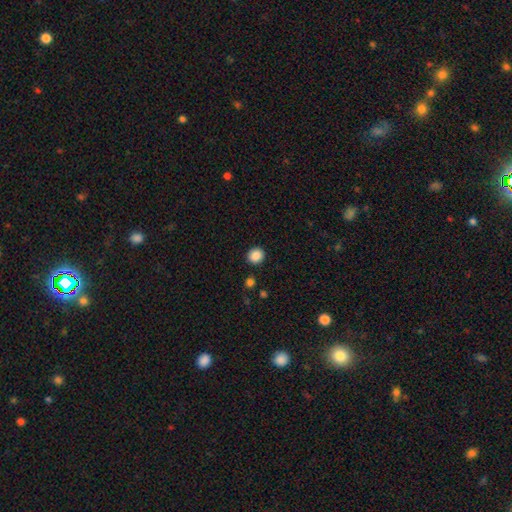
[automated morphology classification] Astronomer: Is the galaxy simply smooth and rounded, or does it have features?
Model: smooth — 87%.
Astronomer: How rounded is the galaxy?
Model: round — 87%.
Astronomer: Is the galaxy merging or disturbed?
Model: none — 90%.